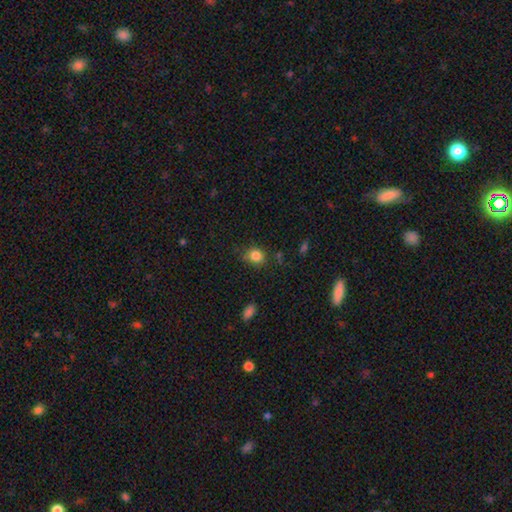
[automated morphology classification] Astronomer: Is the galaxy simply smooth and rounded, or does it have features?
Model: smooth — 84%.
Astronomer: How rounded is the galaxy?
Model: round — 72%.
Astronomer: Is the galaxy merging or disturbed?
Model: none — 72%.